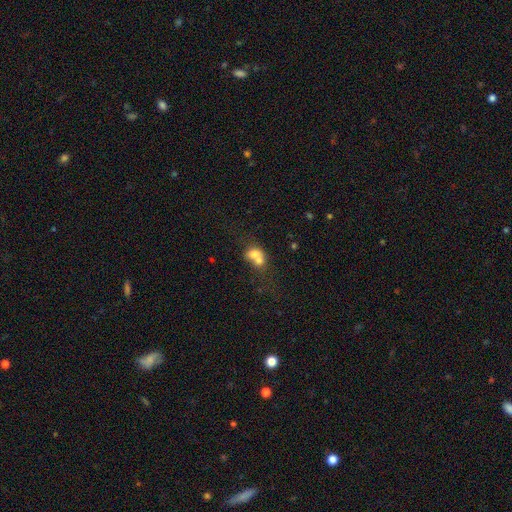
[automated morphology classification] This appears to be a smooth galaxy with no disk features (66%) that is round (52%). Merging: merger (70%).